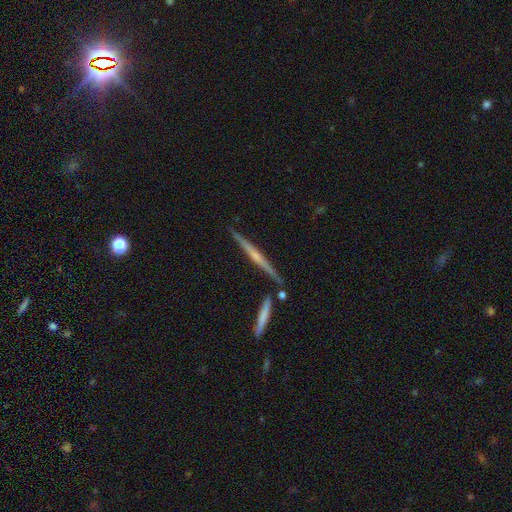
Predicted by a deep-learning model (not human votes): The model was most divided on "edge-on bulge": rounded: 46%, none: 44%, boxy: 9%. More confident: edge-on disk — yes (98%); merging — none (82%); smooth or featured — featured or disk (69%).